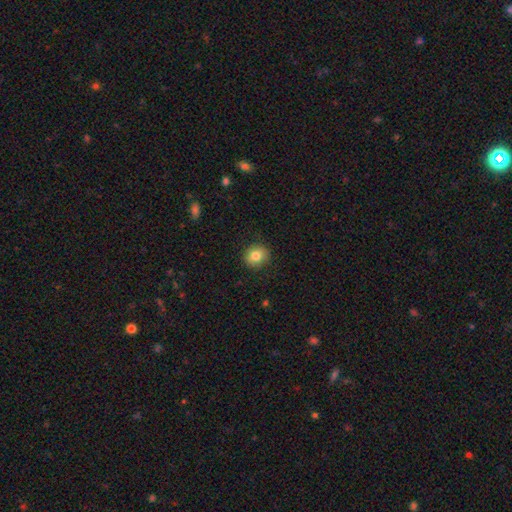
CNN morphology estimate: smooth-or-featured: smooth: 83% | star or artifact: 9% | featured or disk: 7%
  how-rounded: round: 78% | in between: 21% | cigar-shaped: 1%
  merging: none: 89% | minor disturbance: 8% | major disturbance: 2% | merger: 1%